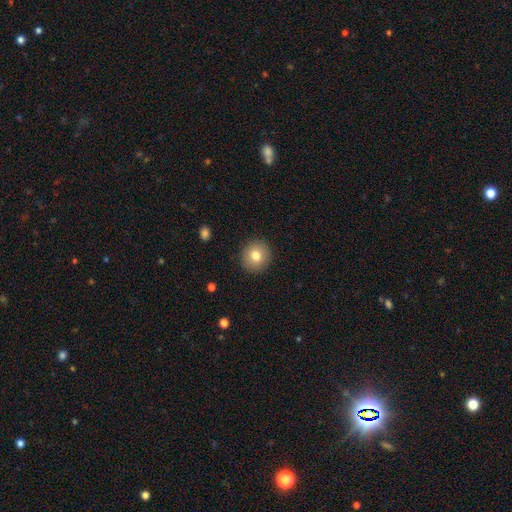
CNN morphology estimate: Smooth or featured?
  - smooth: 78% *
  - featured or disk: 12%
  - star or artifact: 10%
How rounded?
  - round: 92% *
  - in between: 7%
  - cigar-shaped: 1%
Merging?
  - none: 91% *
  - minor disturbance: 6%
  - major disturbance: 2%
  - merger: 1%